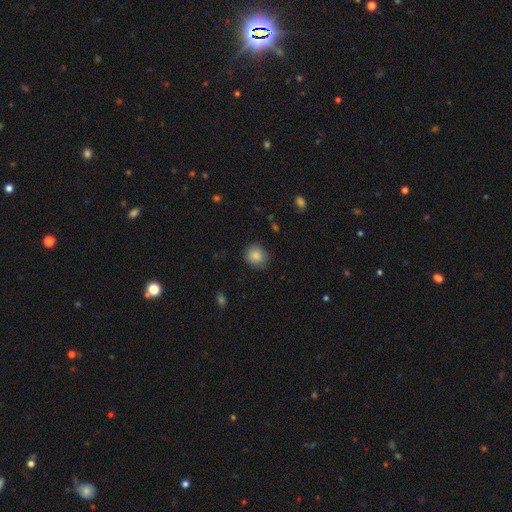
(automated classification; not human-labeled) Smooth or featured?
  - smooth: 86% *
  - star or artifact: 9%
  - featured or disk: 5%
How rounded?
  - round: 82% *
  - in between: 17%
  - cigar-shaped: 1%
Merging?
  - none: 85% *
  - minor disturbance: 11%
  - major disturbance: 3%
  - merger: 1%